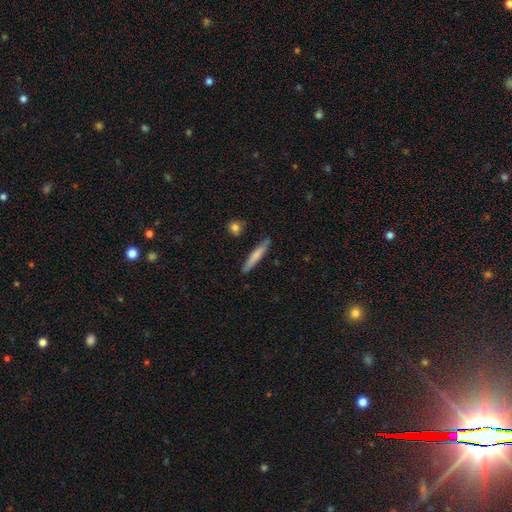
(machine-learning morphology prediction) The model was most divided on "smooth or featured": smooth: 69%, featured or disk: 26%, star or artifact: 6%. More confident: how rounded — cigar-shaped (93%); merging — none (86%).